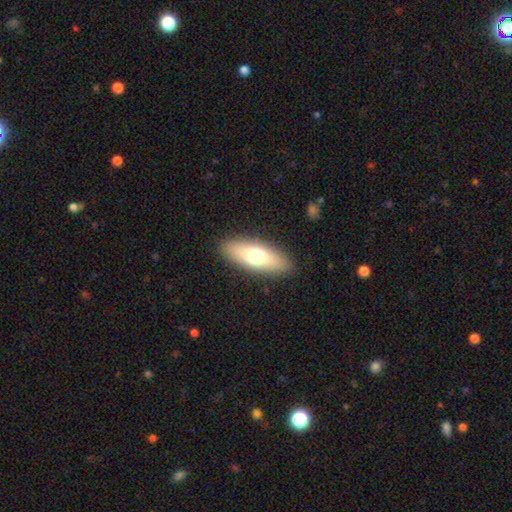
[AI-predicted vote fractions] smooth-or-featured: smooth: 68% | featured or disk: 26% | star or artifact: 7%
  how-rounded: in between: 66% | cigar-shaped: 31% | round: 3%
  merging: none: 89% | minor disturbance: 8% | major disturbance: 2% | merger: 1%